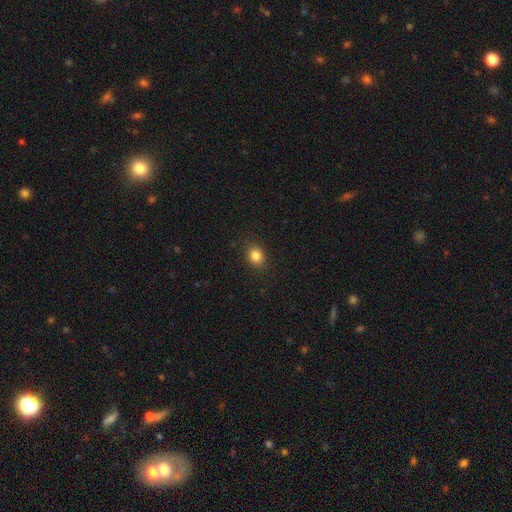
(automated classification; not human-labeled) Overall: smooth (84%). How rounded: round (52%; in between 46%). Merging: none (88%).